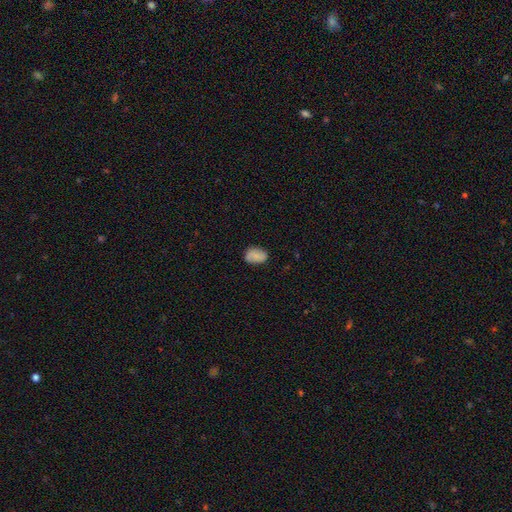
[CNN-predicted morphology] A smooth galaxy with no disk features (75%) that is in between round and cigar-shaped (79%).

Vote fractions:
- Smooth or featured? smooth: 75% / featured or disk: 17% / star or artifact: 9%
- How rounded? in between: 79% / round: 20% / cigar-shaped: 1%
- Merging? none: 76% / minor disturbance: 18% / major disturbance: 4% / merger: 2%